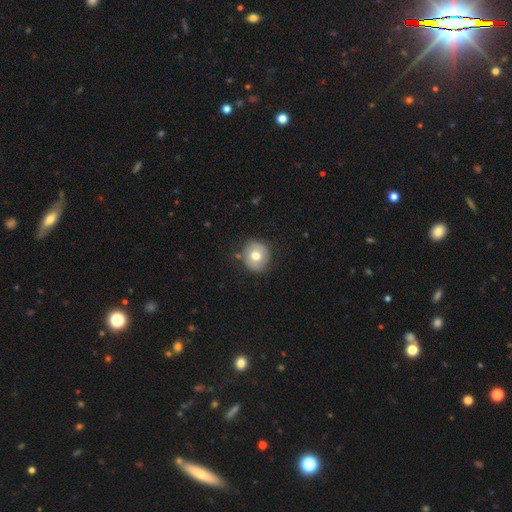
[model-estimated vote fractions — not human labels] This is likely a smooth galaxy (67%). How rounded: clearly round (84%). Merging: likely none (79%).